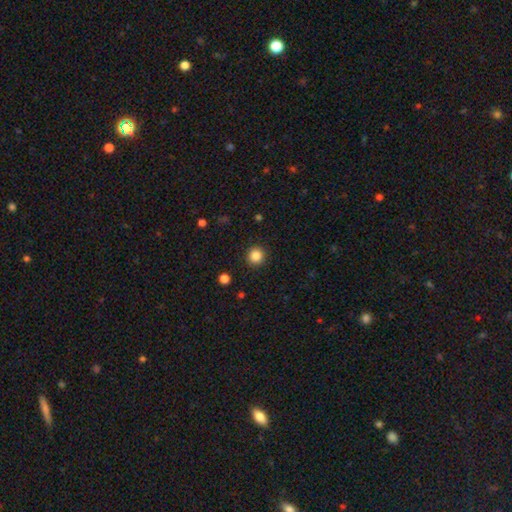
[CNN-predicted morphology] A smooth galaxy with no disk features (86%) that is round (94%). Merging: none (92%).